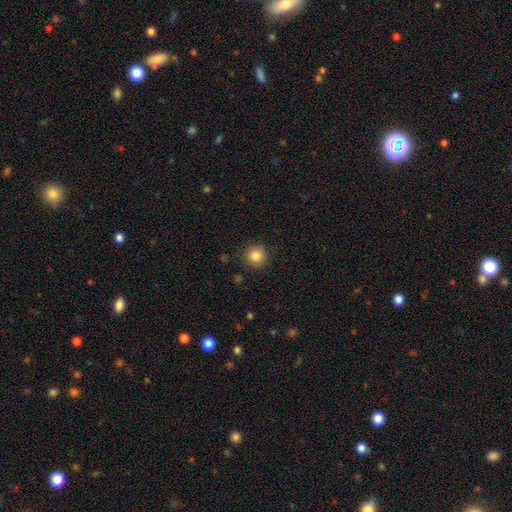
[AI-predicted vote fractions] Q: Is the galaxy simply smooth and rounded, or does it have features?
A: smooth — 84%.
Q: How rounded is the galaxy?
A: round — 94%.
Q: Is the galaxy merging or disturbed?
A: none — 88%.